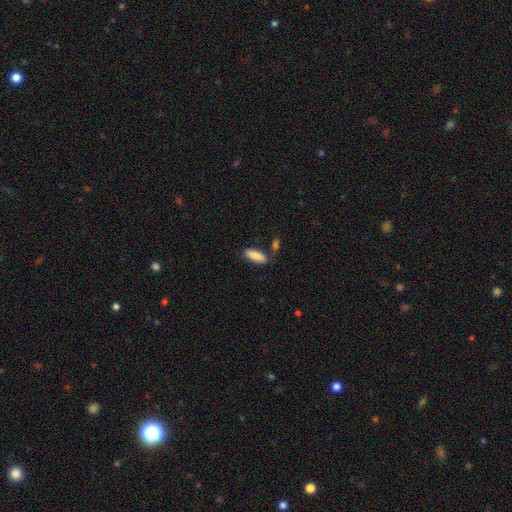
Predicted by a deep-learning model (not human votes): The model was most divided on "how rounded": in between: 65%, cigar-shaped: 33%, round: 2%. More confident: smooth or featured — smooth (86%); merging — none (77%).